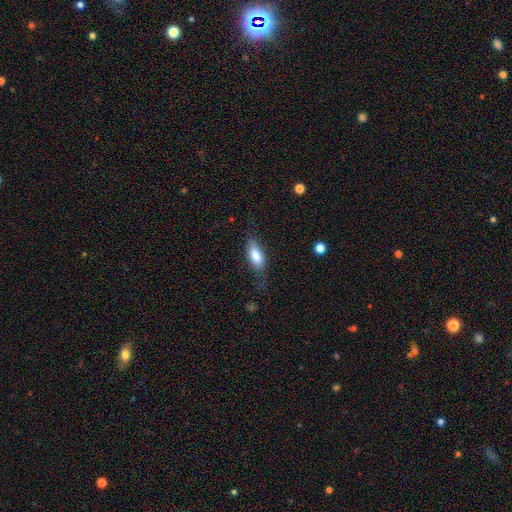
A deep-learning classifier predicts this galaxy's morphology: Smooth or featured?
  - smooth: 78% *
  - featured or disk: 15%
  - star or artifact: 7%
How rounded?
  - in between: 76% *
  - cigar-shaped: 21%
  - round: 3%
Merging?
  - none: 61% *
  - minor disturbance: 26%
  - major disturbance: 12%
  - merger: 2%